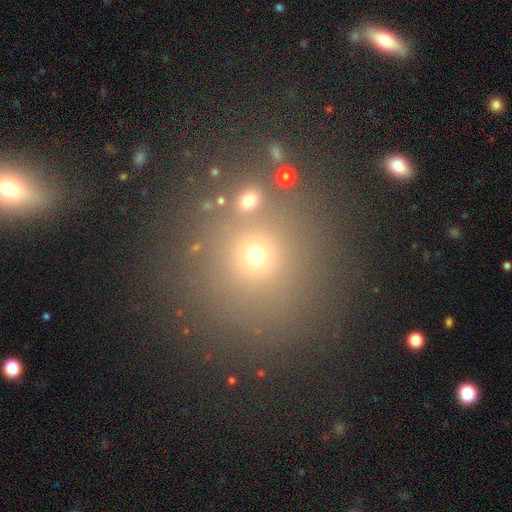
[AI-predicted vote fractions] Overall: smooth (61%; star or artifact 30%). How rounded: round (92%). Merging: none (81%).